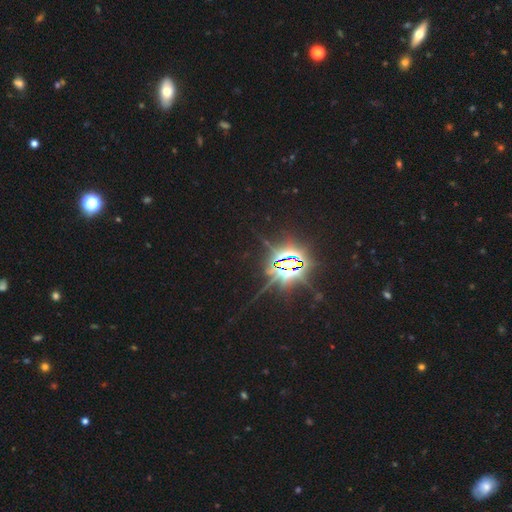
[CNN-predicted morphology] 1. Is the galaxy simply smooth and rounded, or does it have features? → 87% star or artifact, 7% smooth, 6% featured or disk.